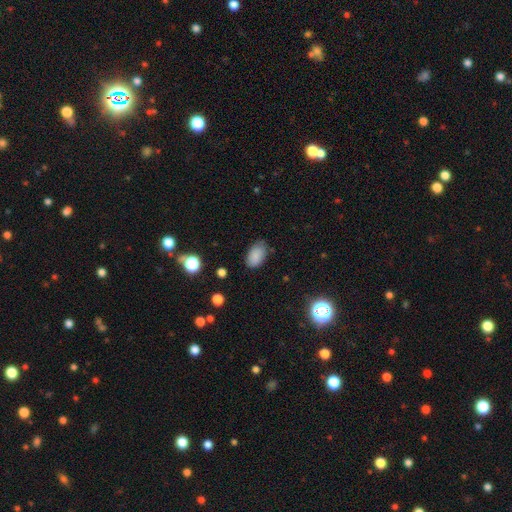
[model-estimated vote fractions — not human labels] Smooth or featured? smooth (85%)
How rounded? in between (91%)
Merging? none (76%)